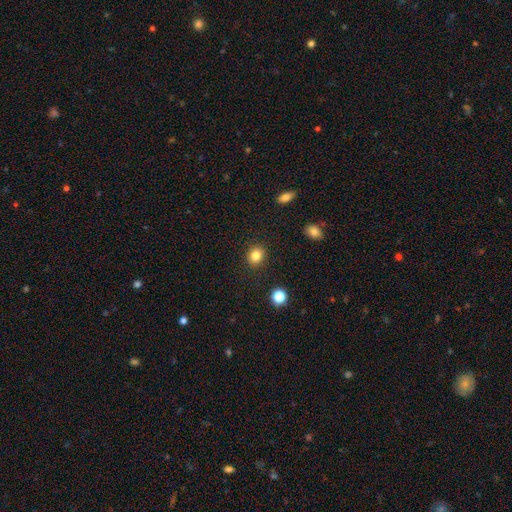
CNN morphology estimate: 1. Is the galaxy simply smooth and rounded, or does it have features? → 84% smooth, 11% star or artifact, 6% featured or disk.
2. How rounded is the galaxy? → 63% round, 36% in between, 1% cigar-shaped.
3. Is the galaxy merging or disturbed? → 89% none, 7% minor disturbance, 2% major disturbance, 1% merger.